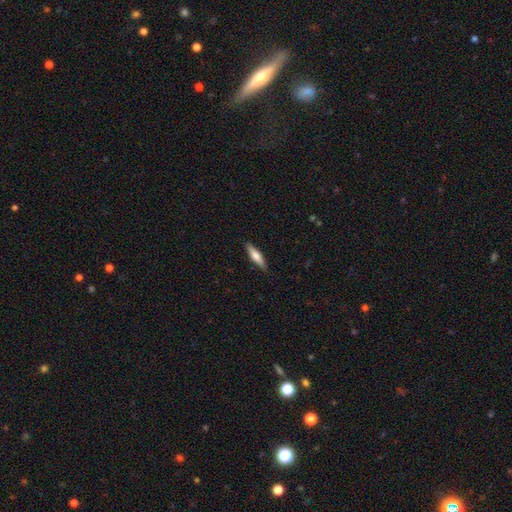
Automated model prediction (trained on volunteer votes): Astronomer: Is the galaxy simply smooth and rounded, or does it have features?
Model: smooth — 60% (runner-up: featured or disk, 35%).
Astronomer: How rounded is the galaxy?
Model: cigar-shaped — 75%.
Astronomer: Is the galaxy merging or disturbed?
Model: none — 88%.